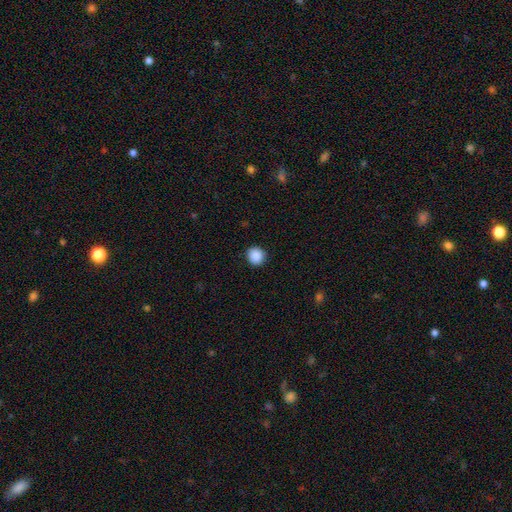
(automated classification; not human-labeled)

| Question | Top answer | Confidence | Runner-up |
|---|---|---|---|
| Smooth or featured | smooth | 89% | star or artifact (9%) |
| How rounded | round | 91% | in between (8%) |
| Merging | none | 90% | minor disturbance (7%) |